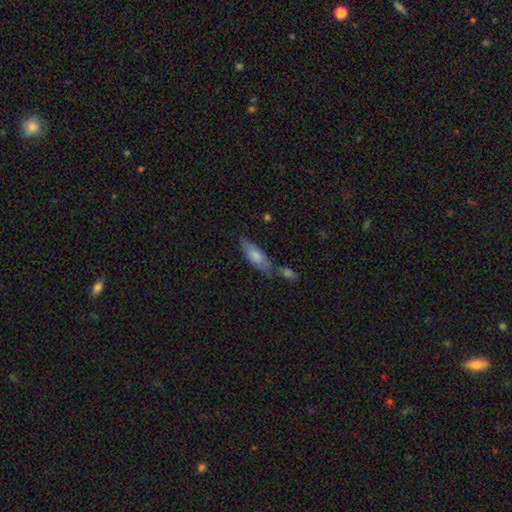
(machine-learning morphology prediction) This appears to be a smooth galaxy with no disk features (73%) that is in between round and cigar-shaped (60%). Merging: none (49%).